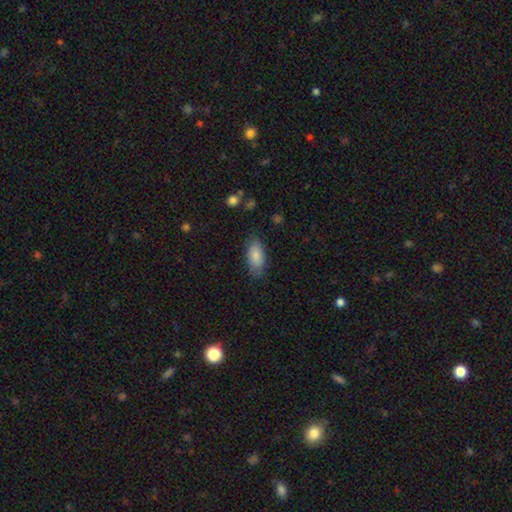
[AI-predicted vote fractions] This is clearly a smooth galaxy (85%). How rounded: clearly in between (89%). Merging: likely none (79%).